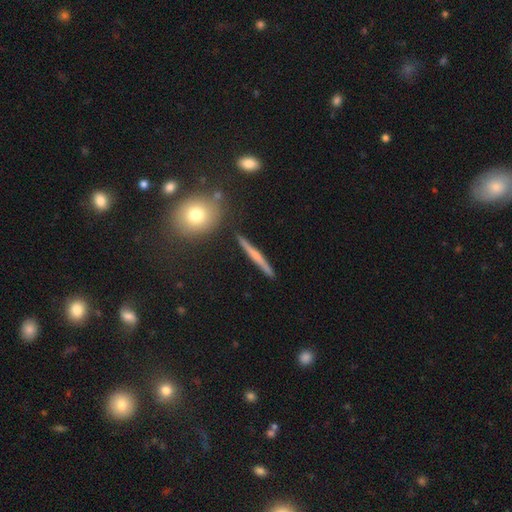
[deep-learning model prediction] Morphology: type=featured or disk (53%); edge-on=yes (96%); edge-on bulge=none (61%); merging=none (90%).